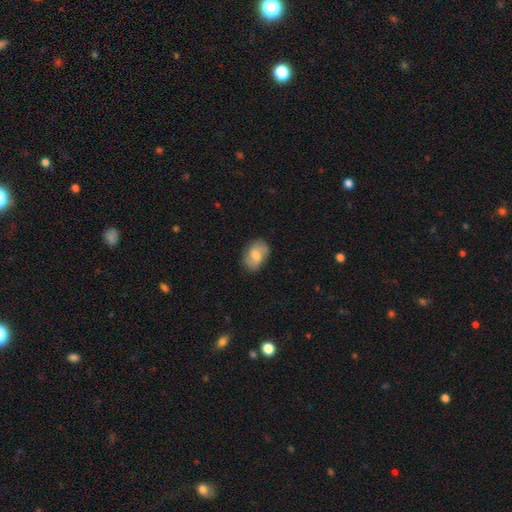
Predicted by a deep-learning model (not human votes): Smooth or featured? Predicted: smooth (p=0.60). How rounded? Predicted: in between (p=0.80). Merging? Predicted: none (p=0.74).